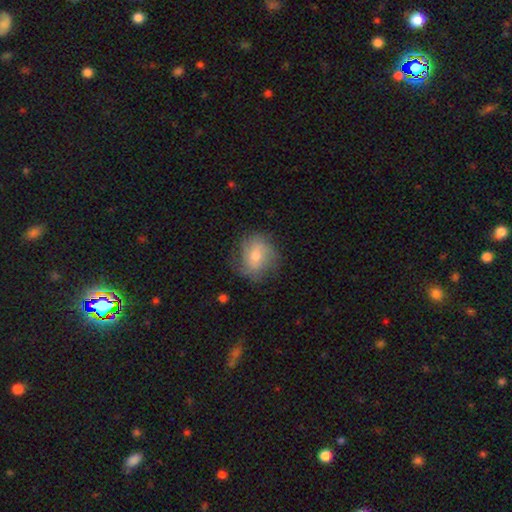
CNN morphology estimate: This is possibly a smooth galaxy (50%). Merging: likely none (69%).